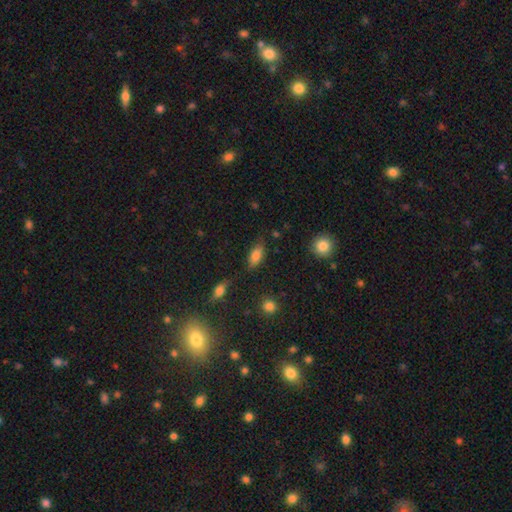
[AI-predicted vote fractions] A smooth galaxy with no disk features (79%) that is in between round and cigar-shaped (85%).

Vote fractions:
- Smooth or featured? smooth: 79% / featured or disk: 12% / star or artifact: 9%
- How rounded? in between: 85% / cigar-shaped: 10% / round: 4%
- Merging? none: 69% / minor disturbance: 22% / major disturbance: 6% / merger: 3%